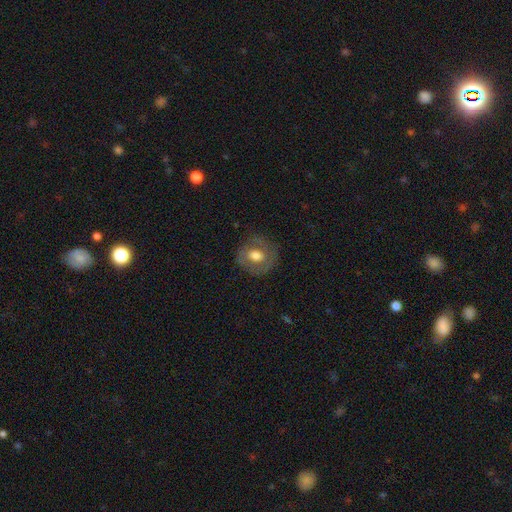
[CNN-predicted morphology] type=smooth (58%); roundness=round (75%); merging=none (76%).